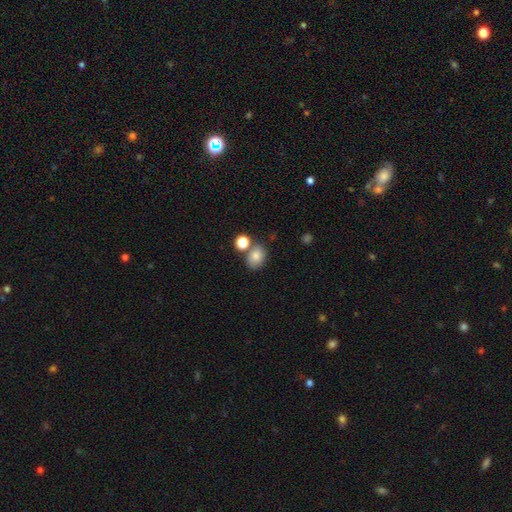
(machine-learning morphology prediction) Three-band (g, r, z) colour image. It shows a smooth galaxy with no disk features (80%) that is in between round and cigar-shaped (59%). Merging: none (63%).